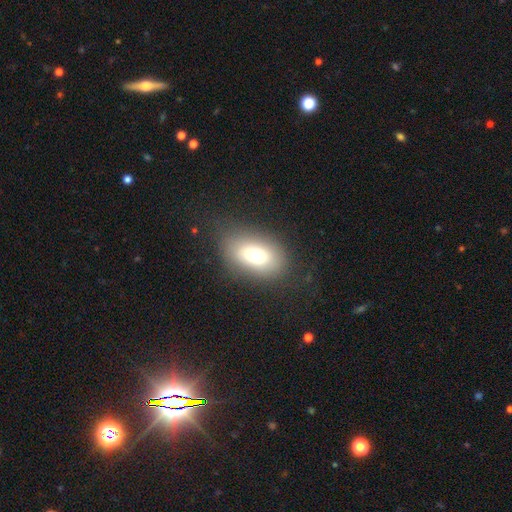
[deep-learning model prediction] A smooth galaxy with no disk features (72%) that is in between round and cigar-shaped (83%).

Vote fractions:
- Smooth or featured? smooth: 72% / featured or disk: 17% / star or artifact: 11%
- How rounded? in between: 83% / round: 15% / cigar-shaped: 2%
- Merging? none: 73% / minor disturbance: 16% / major disturbance: 9% / merger: 2%